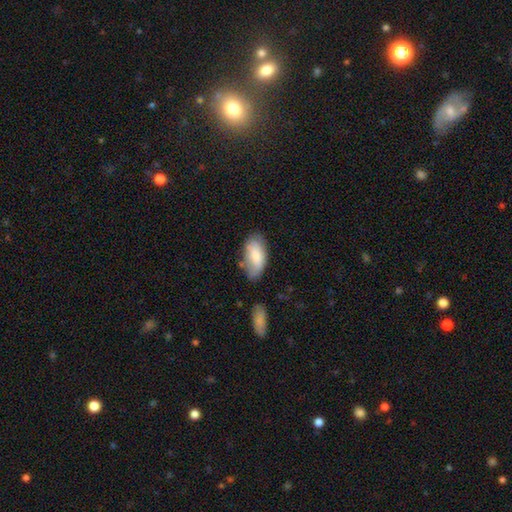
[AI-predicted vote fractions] smooth-or-featured: smooth: 81% | featured or disk: 13% | star or artifact: 6%
  how-rounded: in between: 92% | cigar-shaped: 6% | round: 2%
  merging: none: 63% | minor disturbance: 26% | major disturbance: 6% | merger: 5%